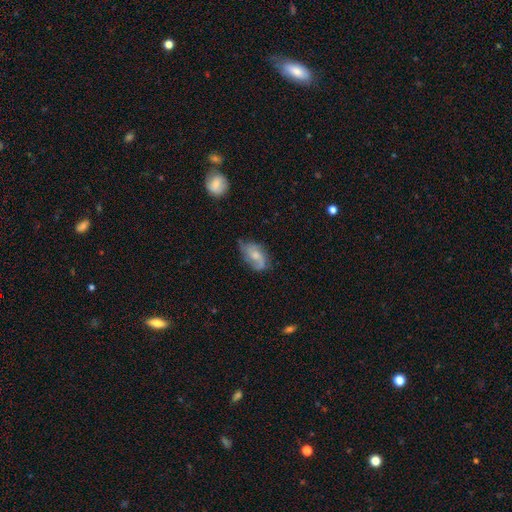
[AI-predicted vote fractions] featured or disk 57%, smooth 35%, star or artifact 8%. Down the decision tree: edge-on disk — no (95%); bar — no (66%); spiral arms — yes (84%); bulge size — moderate (50%); merging — none (51%).